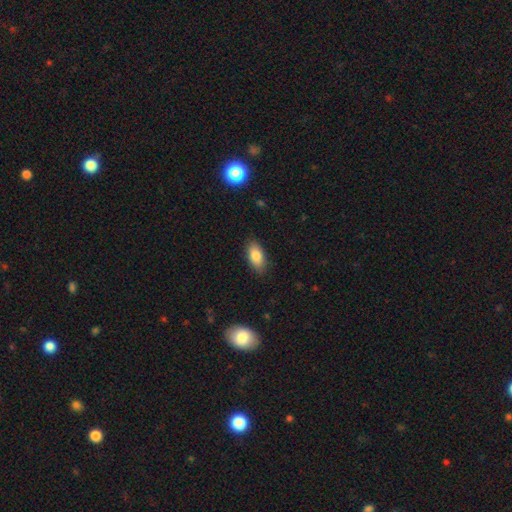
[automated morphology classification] Smooth or featured? smooth (84%)
How rounded? in between (90%)
Merging? none (86%)